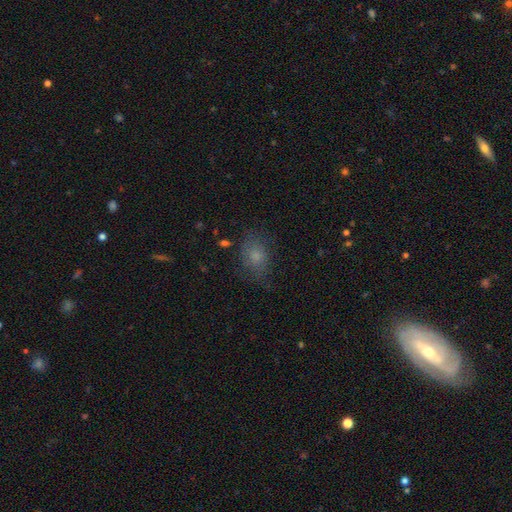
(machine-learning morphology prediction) smooth_or_featured: smooth (p=0.72) [alt: featured or disk p=0.14]
how_rounded: in between (p=0.69) [alt: round p=0.29]
merging: none (p=0.67) [alt: minor disturbance p=0.22]